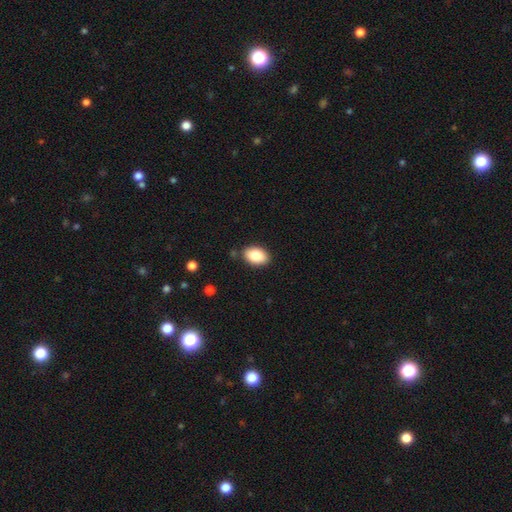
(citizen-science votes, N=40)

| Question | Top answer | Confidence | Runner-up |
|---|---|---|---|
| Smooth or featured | smooth | 82% | featured or disk (10%) |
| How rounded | in between | 100% | — |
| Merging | none | 89% | minor disturbance (11%) |